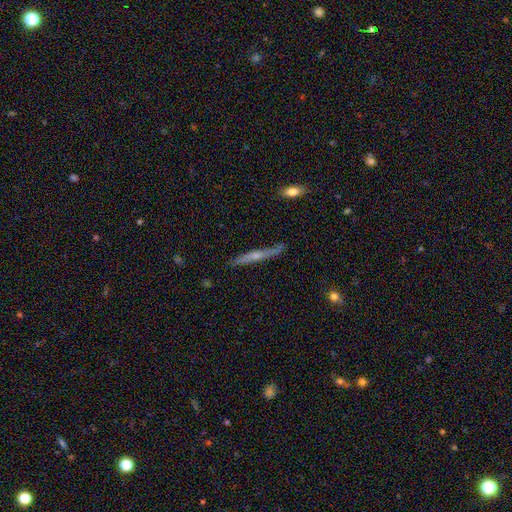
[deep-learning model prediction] Q: Smooth or featured?
A: featured or disk (64%); runner-up: smooth (29%)
Q: Edge-on disk?
A: yes (92%); runner-up: no (8%)
Q: Edge-on bulge?
A: rounded (67%); runner-up: none (27%)
Q: Merging?
A: none (79%); runner-up: minor disturbance (16%)